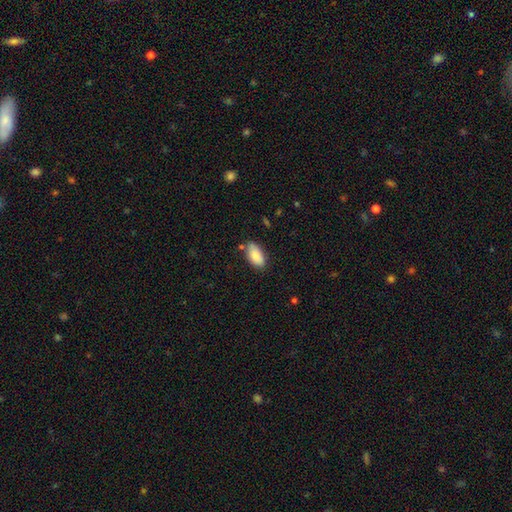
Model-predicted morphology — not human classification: Smooth or featured: smooth — 86% (featured or disk — 7%)
How rounded: in between — 94% (cigar-shaped — 4%)
Merging: none — 76% (minor disturbance — 17%)